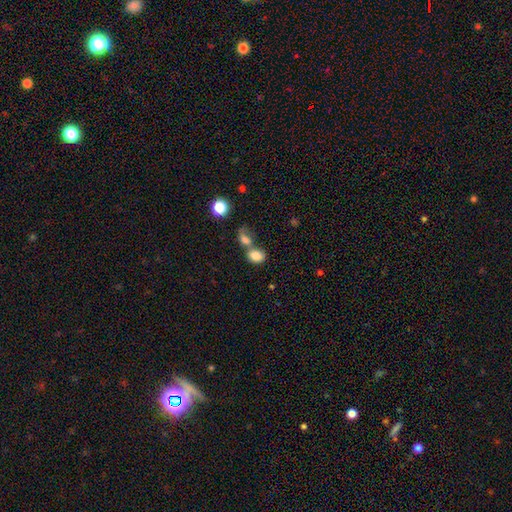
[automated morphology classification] The model was most divided on "merging": merger: 48%, none: 37%, minor disturbance: 10%, major disturbance: 5%. More confident: smooth or featured — smooth (83%); how rounded — in between (62%).